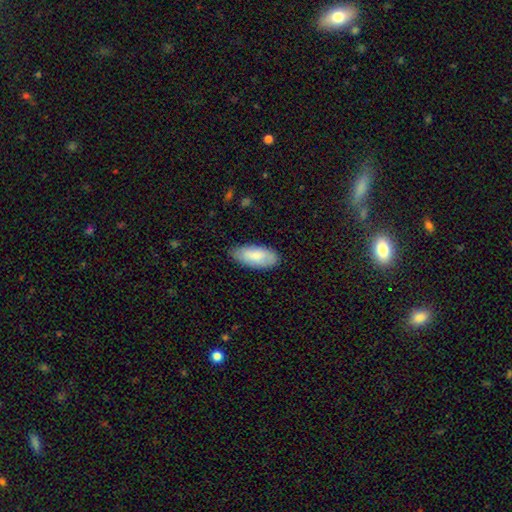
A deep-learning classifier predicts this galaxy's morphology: Overall: smooth (81%). How rounded: in between (88%). Merging: none (78%).